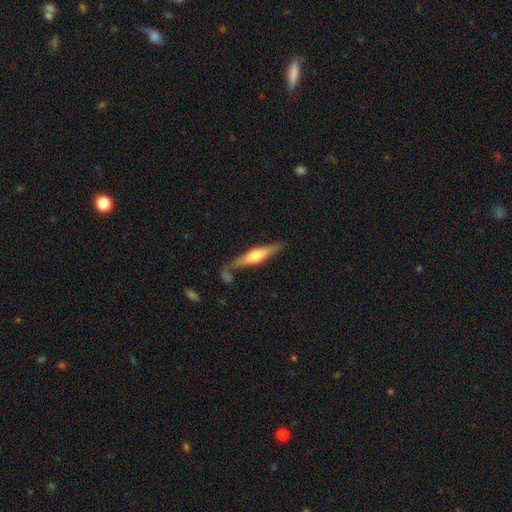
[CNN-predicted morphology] Smooth or featured: featured or disk — 54% (smooth — 41%)
Edge-on disk: yes — 92% (no — 8%)
Merging: none — 72% (minor disturbance — 15%)